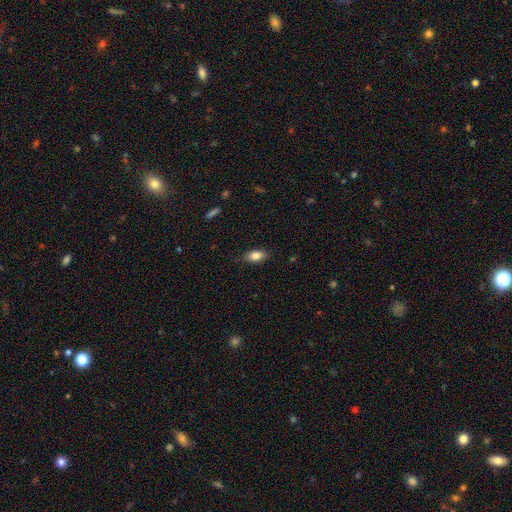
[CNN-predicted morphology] Q: Smooth or featured?
A: smooth (81%); runner-up: featured or disk (11%)
Q: How rounded?
A: in between (86%); runner-up: cigar-shaped (9%)
Q: Merging?
A: none (81%); runner-up: minor disturbance (15%)